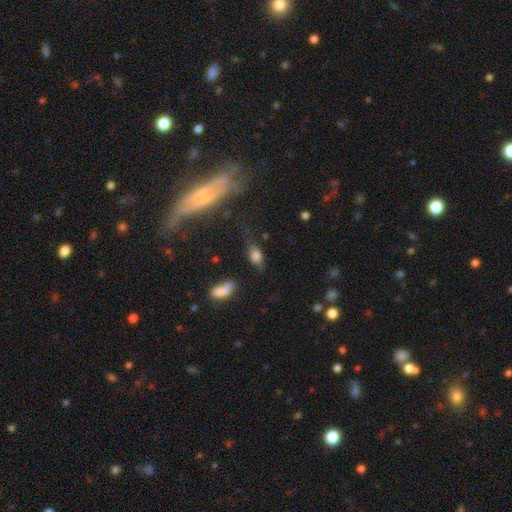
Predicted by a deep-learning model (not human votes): Smooth or featured?
  - smooth: 69% *
  - featured or disk: 18%
  - star or artifact: 12%
How rounded?
  - in between: 79% *
  - round: 12%
  - cigar-shaped: 9%
Merging?
  - none: 55% *
  - minor disturbance: 28%
  - major disturbance: 12%
  - merger: 4%